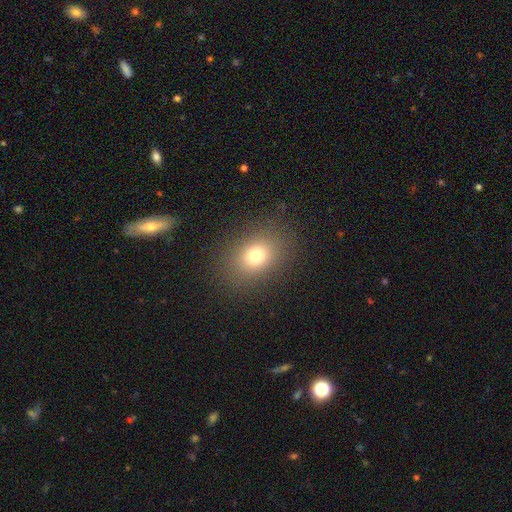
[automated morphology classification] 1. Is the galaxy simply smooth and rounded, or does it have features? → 74% smooth, 15% star or artifact, 11% featured or disk.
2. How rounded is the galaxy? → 61% in between, 38% round, 1% cigar-shaped.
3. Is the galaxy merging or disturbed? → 85% none, 9% minor disturbance, 5% major disturbance, 1% merger.